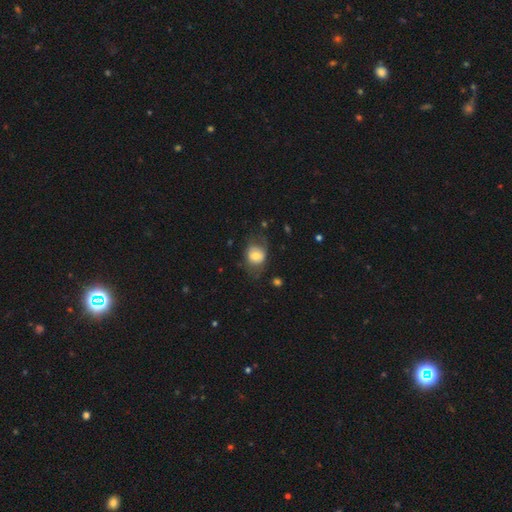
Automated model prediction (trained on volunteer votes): This appears to be a smooth galaxy with no disk features (68%) that is round (55%). Merging: none (58%).